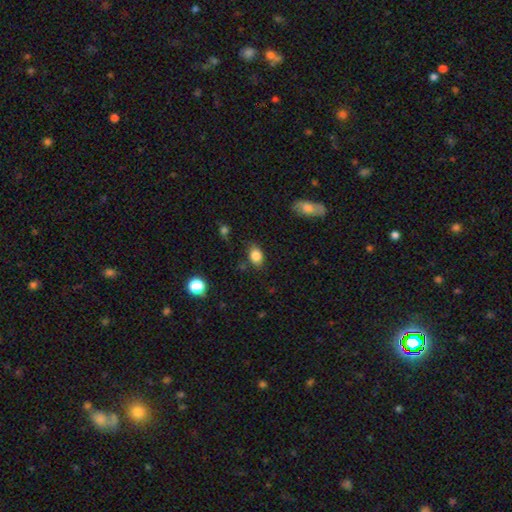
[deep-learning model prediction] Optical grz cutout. It shows a smooth galaxy with no disk features (84%) that is in between round and cigar-shaped (77%). Merging: none (76%).